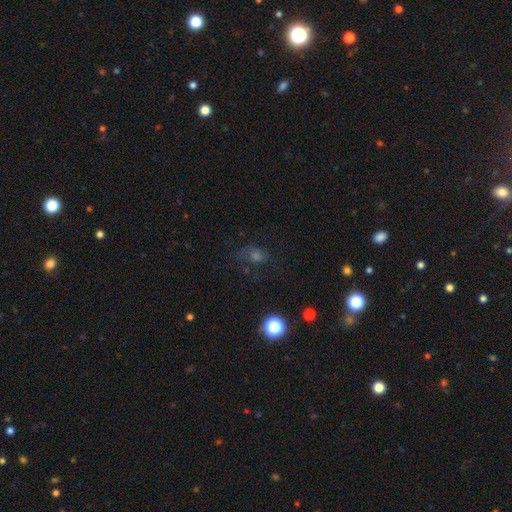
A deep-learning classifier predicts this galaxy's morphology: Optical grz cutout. It shows a smooth galaxy with no disk features (46%). Merging: none (60%).